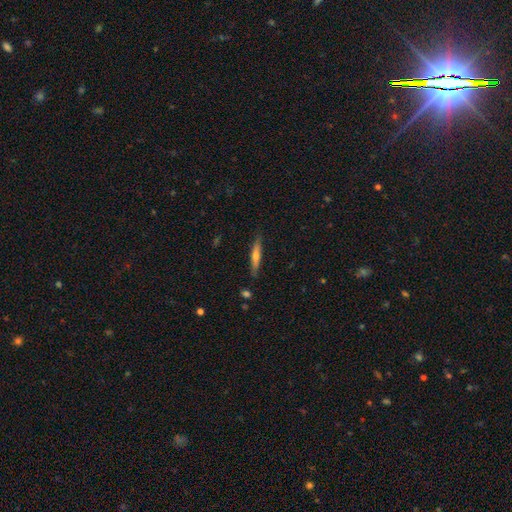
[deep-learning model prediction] This is possibly a featured or disk galaxy (47%). Merging: clearly none (86%).